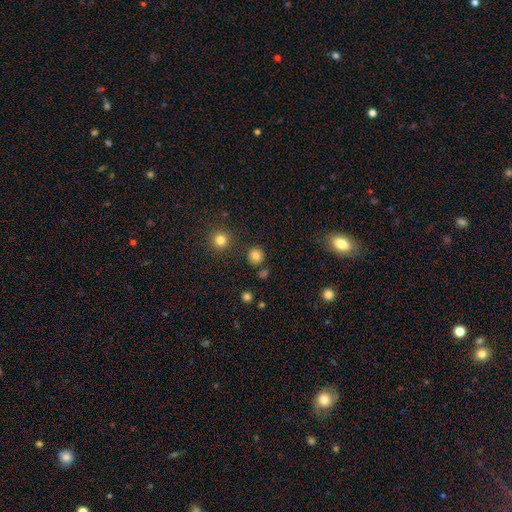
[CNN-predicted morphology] smooth 81%, star or artifact 14%, featured or disk 5%. Down the decision tree: how rounded — round (92%); merging — none (86%).